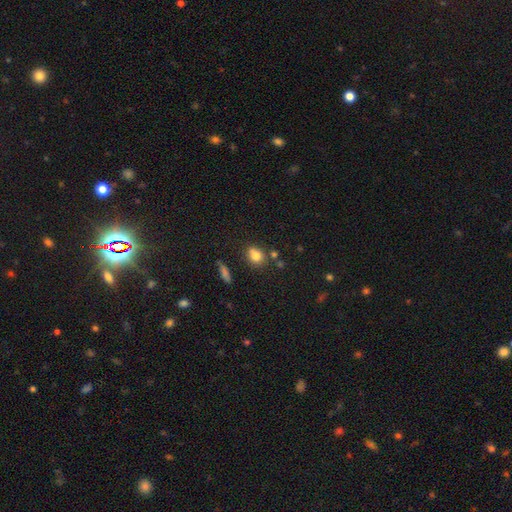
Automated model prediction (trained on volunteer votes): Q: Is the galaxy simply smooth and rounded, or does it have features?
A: smooth — 80%.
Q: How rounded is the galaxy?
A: round — 57%.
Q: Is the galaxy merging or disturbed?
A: none — 66%.